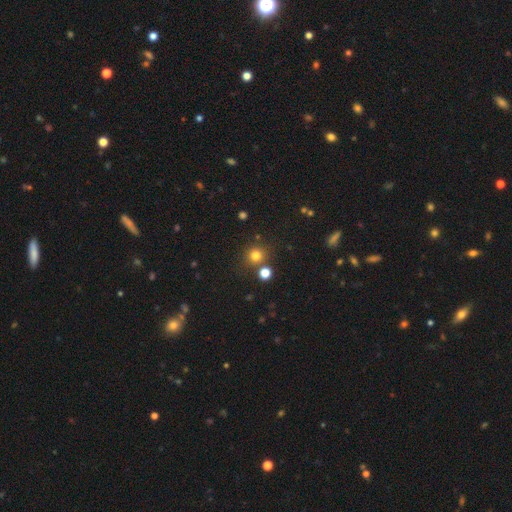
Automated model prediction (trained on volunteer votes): The model was most divided on "smooth or featured": smooth: 78%, star or artifact: 16%, featured or disk: 6%. More confident: how rounded — round (90%); merging — none (78%).